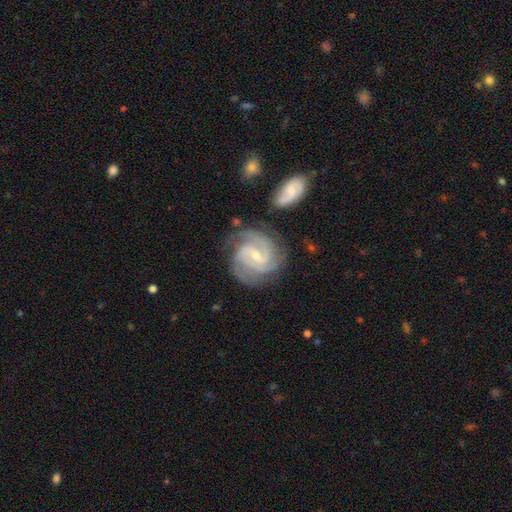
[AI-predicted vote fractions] Smooth or featured? featured or disk (91%)
Edge-on disk? no (98%)
Bar? weak (53%)
Spiral arms? yes (98%)
Spiral winding? tight (53%)
Spiral arm count? 3 (39%)
Bulge size? small (66%)
Merging? none (72%)